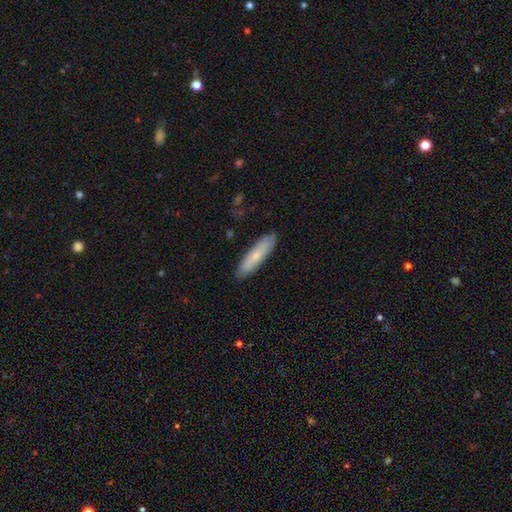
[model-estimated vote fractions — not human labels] smooth 71%, featured or disk 23%, star or artifact 6%. Down the decision tree: how rounded — cigar-shaped (75%); merging — none (87%).